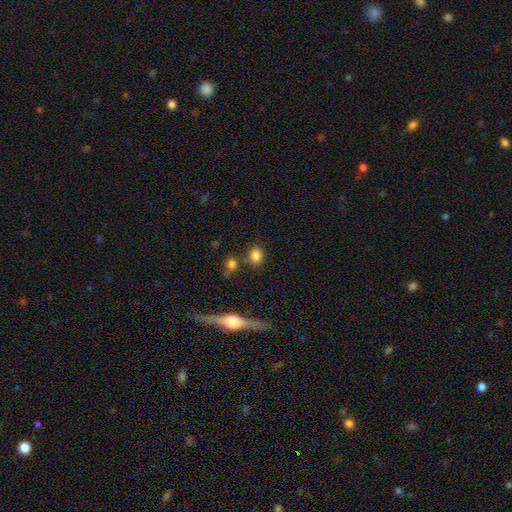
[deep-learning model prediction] Morphology: type=smooth (83%); roundness=round (60%); merging=none (75%).